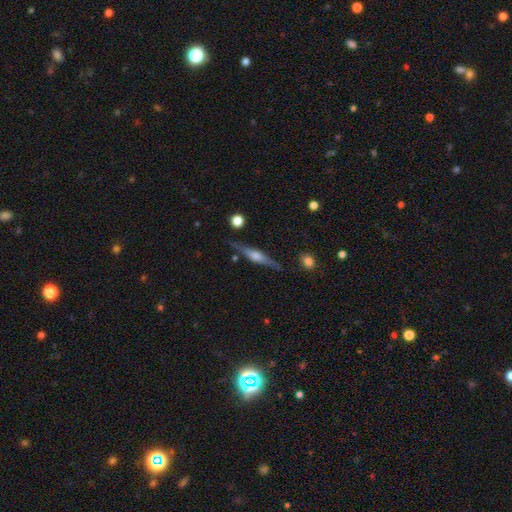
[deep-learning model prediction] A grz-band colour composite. It shows a featured or disk galaxy (76%) viewed edge-on (97%) with a rounded central bulge (79%). Merging: none (85%).